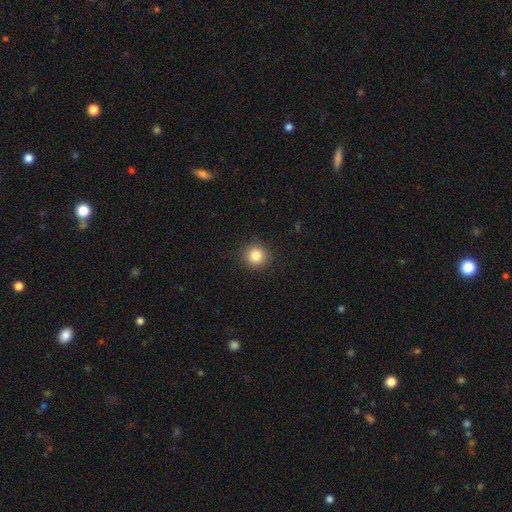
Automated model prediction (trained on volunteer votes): Q: Smooth or featured?
A: smooth (84%); runner-up: star or artifact (11%)
Q: How rounded?
A: round (94%); runner-up: in between (5%)
Q: Merging?
A: none (91%); runner-up: minor disturbance (6%)